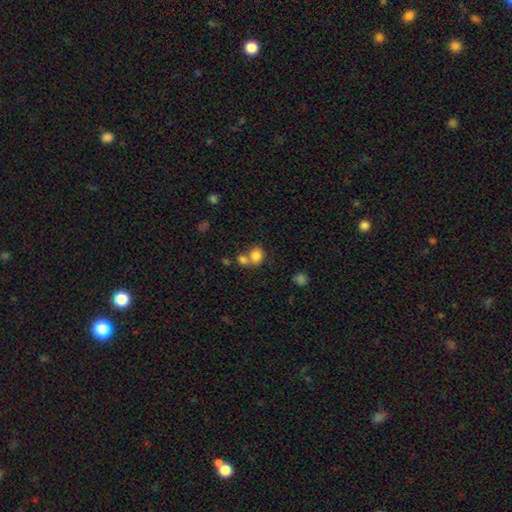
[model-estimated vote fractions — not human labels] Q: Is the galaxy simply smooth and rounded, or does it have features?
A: smooth — 81%.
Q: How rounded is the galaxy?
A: round — 61%.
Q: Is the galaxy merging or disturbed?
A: merger — 49%.